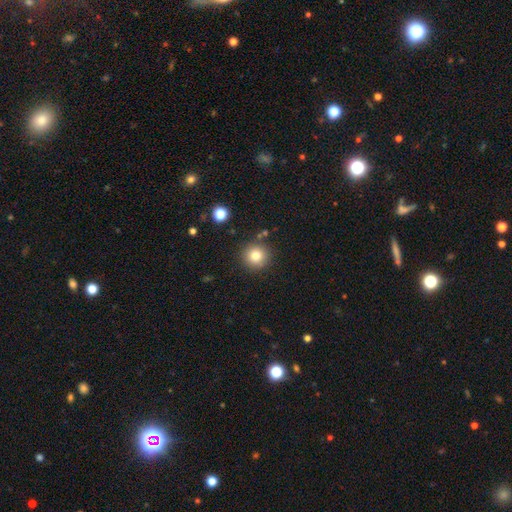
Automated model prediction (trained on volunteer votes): Overall: smooth (81%). How rounded: round (94%). Merging: none (87%).